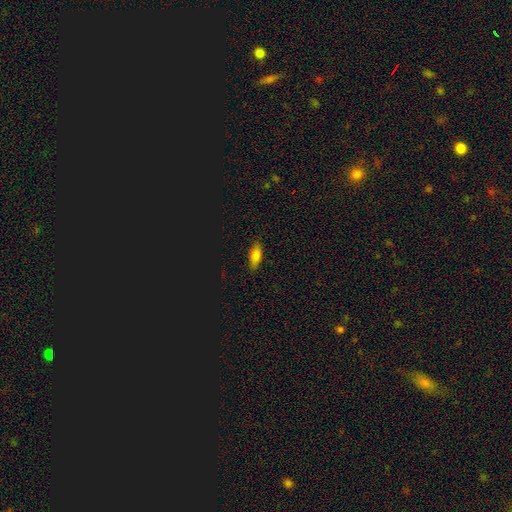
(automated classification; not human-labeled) Q: Smooth or featured?
A: smooth (74%); runner-up: featured or disk (14%)
Q: How rounded?
A: in between (73%); runner-up: cigar-shaped (23%)
Q: Merging?
A: none (85%); runner-up: minor disturbance (12%)